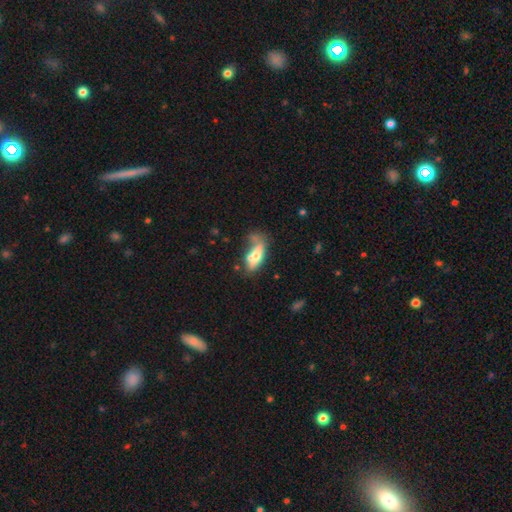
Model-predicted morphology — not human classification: Overall: smooth (59%; featured or disk 34%). How rounded: in between (71%). Merging: none (32%; minor disturbance 25%).